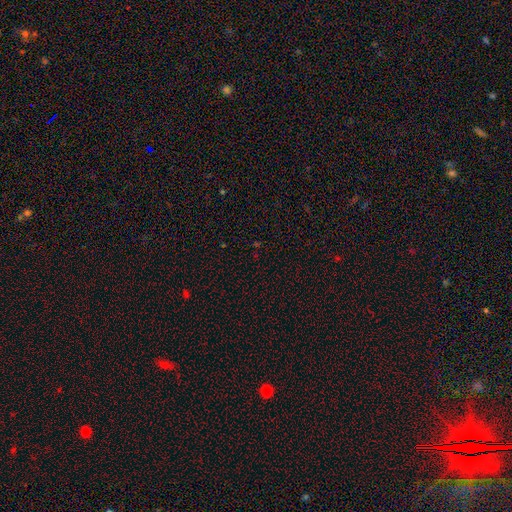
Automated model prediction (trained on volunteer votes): Smooth or featured? Predicted: star or artifact (p=0.66).